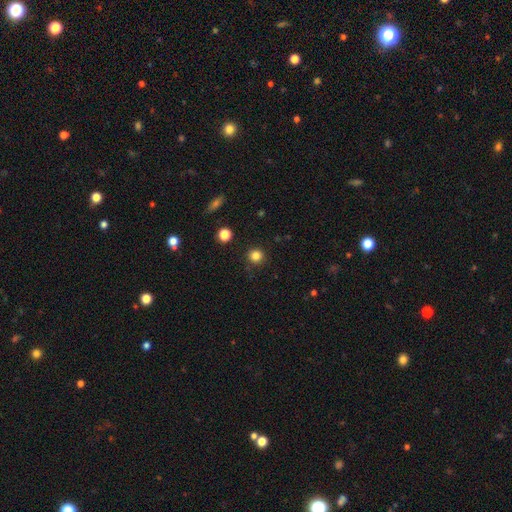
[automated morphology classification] smooth 82%, star or artifact 13%, featured or disk 4%. Down the decision tree: how rounded — round (94%); merging — none (89%).